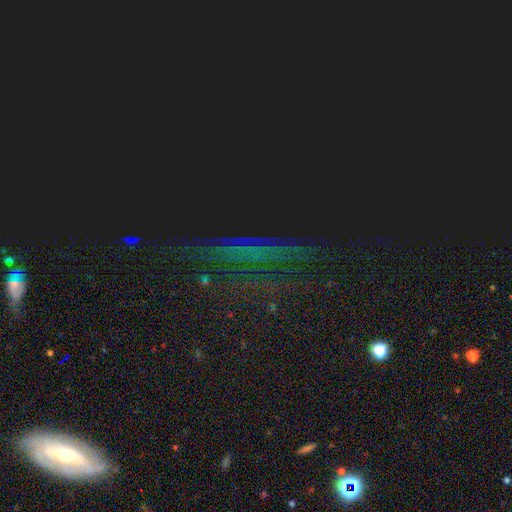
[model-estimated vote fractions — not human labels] Smooth or featured: star or artifact — 67% (smooth — 19%)